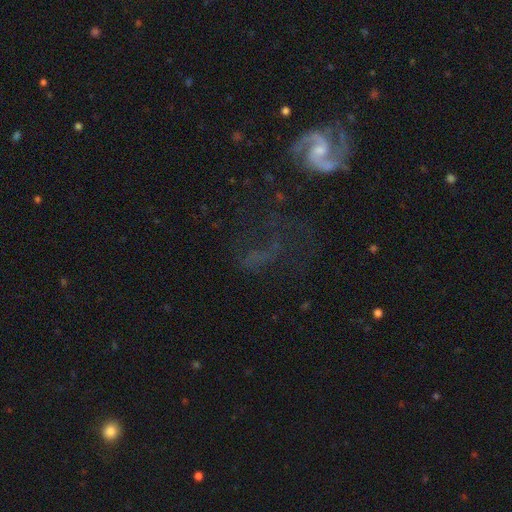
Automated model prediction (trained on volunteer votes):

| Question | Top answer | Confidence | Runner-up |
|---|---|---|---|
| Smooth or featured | featured or disk | 65% | star or artifact (19%) |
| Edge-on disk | no | 96% | yes (4%) |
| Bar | no | 45% | weak (38%) |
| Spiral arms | yes | 84% | no (16%) |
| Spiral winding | loose | 44% | medium (40%) |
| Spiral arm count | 2 | 81% | can't tell (7%) |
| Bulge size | small | 47% | none (27%) |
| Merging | none | 48% | major disturbance (25%) |